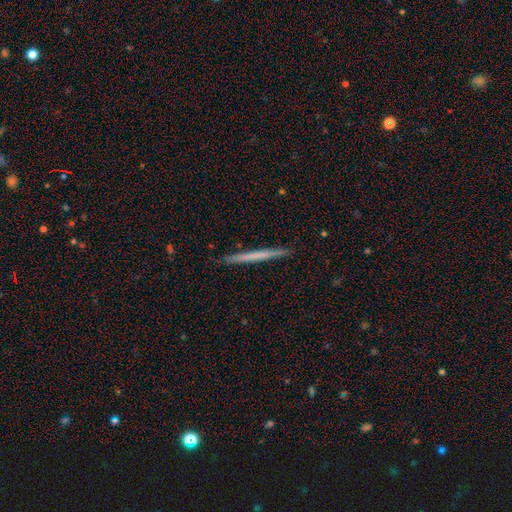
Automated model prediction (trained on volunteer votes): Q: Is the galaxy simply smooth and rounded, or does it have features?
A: smooth — 54%.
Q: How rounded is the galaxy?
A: cigar-shaped — 97%.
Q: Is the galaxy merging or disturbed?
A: none — 92%.